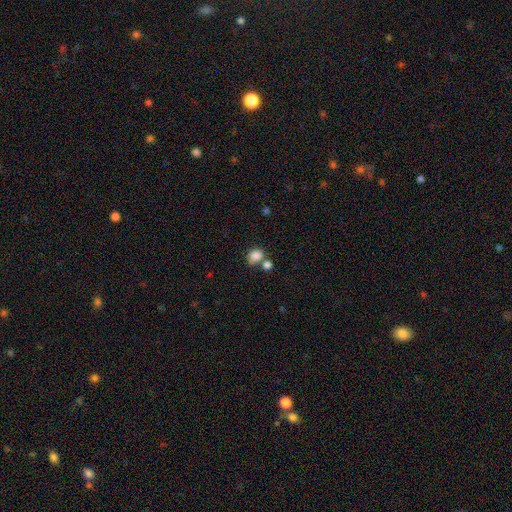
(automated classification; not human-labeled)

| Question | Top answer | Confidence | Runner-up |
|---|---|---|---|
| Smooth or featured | smooth | 84% | star or artifact (10%) |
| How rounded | round | 58% | in between (41%) |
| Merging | none | 49% | merger (33%) |